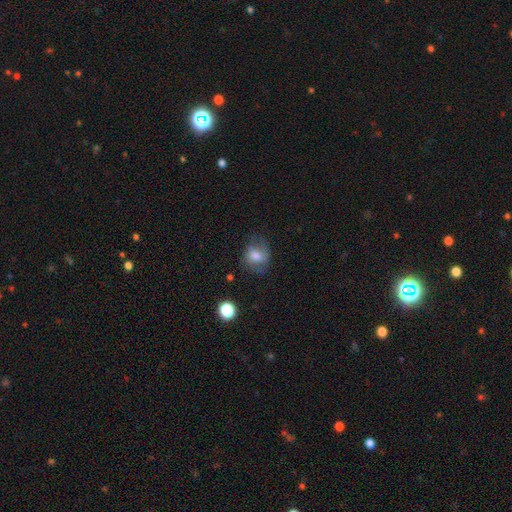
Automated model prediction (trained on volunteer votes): Morphology: type=smooth (54%); roundness=round (53%); merging=none (57%).